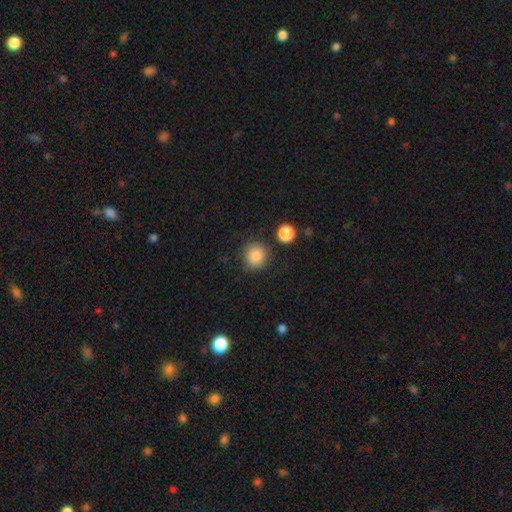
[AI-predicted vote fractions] A smooth galaxy with no disk features (86%) that is round (91%).

Vote fractions:
- Smooth or featured? smooth: 86% / star or artifact: 10% / featured or disk: 4%
- How rounded? round: 91% / in between: 8% / cigar-shaped: 1%
- Merging? none: 83% / minor disturbance: 10% / merger: 4% / major disturbance: 3%